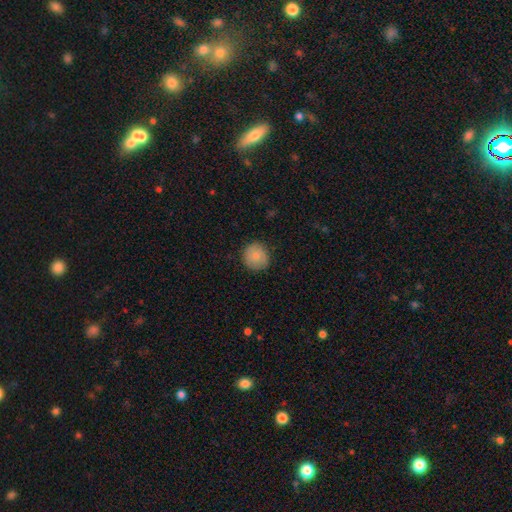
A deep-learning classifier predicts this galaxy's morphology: smooth-or-featured: smooth: 83% | featured or disk: 10% | star or artifact: 7%
  how-rounded: round: 93% | in between: 6% | cigar-shaped: 1%
  merging: none: 88% | minor disturbance: 9% | major disturbance: 2% | merger: 1%